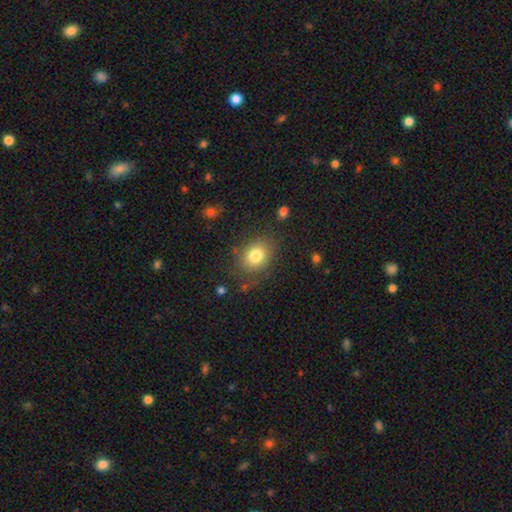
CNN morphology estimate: This is clearly a smooth galaxy (80%). How rounded: possibly in between (55%). Merging: likely none (77%).